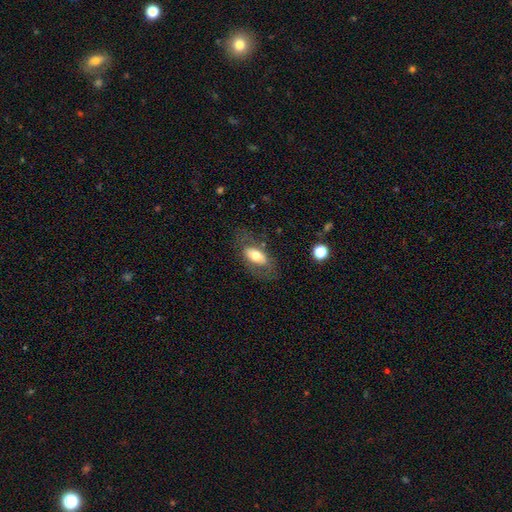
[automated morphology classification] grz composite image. It shows a smooth galaxy with no disk features (59%) that is in between round and cigar-shaped (89%). Merging: none (68%).